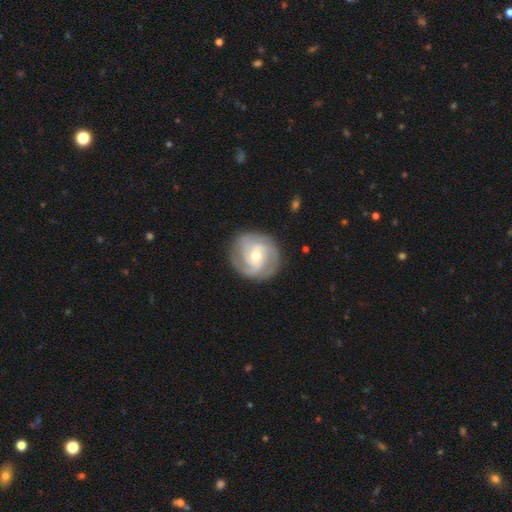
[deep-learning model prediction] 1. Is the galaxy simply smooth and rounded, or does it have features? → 86% featured or disk, 9% smooth, 5% star or artifact.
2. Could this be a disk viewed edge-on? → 98% no, 2% yes.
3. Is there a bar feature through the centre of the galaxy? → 50% no, 38% weak, 12% strong.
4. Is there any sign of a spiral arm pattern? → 97% yes, 3% no.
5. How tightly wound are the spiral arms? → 57% tight, 36% medium, 7% loose.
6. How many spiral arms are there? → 57% 3, 16% 2, 10% can't tell, 10% 4, 4% 1, 4% more than 4.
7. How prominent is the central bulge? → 57% moderate, 39% small, 2% large, 1% none, 1% dominant.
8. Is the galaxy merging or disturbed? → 84% none, 11% minor disturbance, 3% major disturbance, 1% merger.